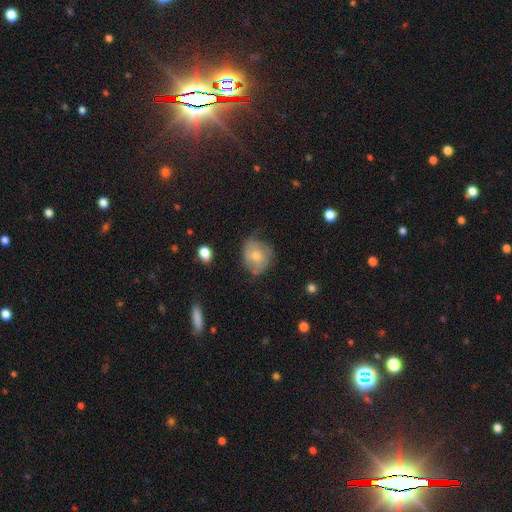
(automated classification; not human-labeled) Morphology: type=smooth (65%); roundness=round (65%); merging=none (55%).